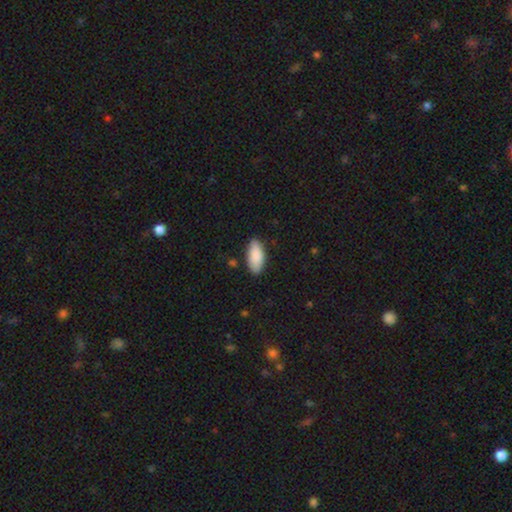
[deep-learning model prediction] Smooth or featured: smooth — 89% (featured or disk — 6%)
How rounded: in between — 90% (cigar-shaped — 9%)
Merging: none — 83% (minor disturbance — 13%)